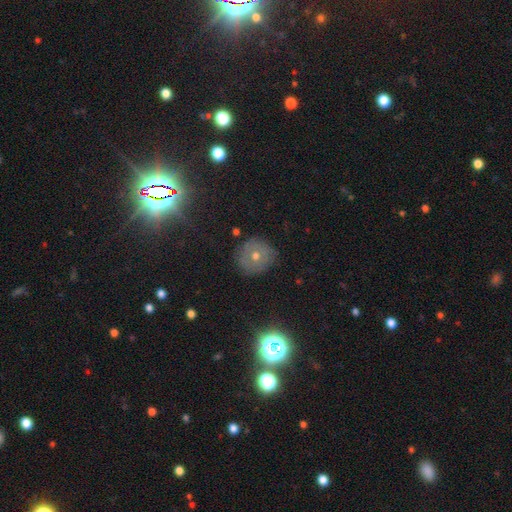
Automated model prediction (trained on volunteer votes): Overall: smooth (36%, tied with featured or disk). Merging: none (84%).